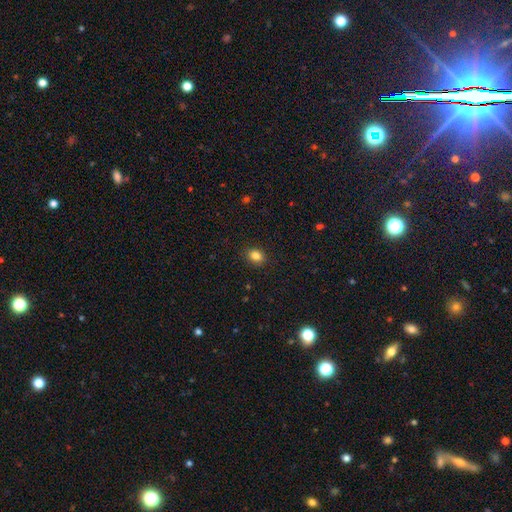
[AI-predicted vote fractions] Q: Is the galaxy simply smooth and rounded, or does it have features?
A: smooth — 84%.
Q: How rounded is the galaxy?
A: in between — 52%.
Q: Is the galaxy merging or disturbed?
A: none — 89%.